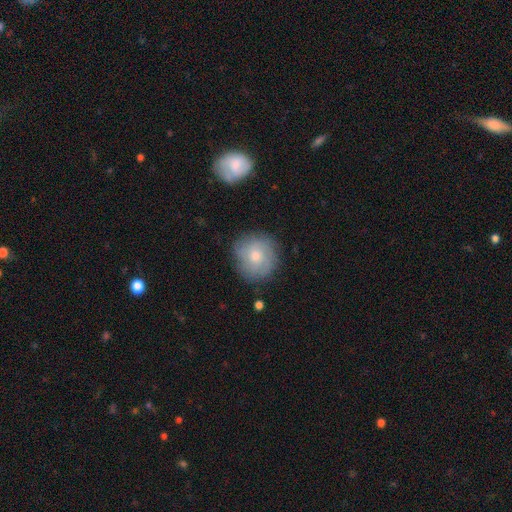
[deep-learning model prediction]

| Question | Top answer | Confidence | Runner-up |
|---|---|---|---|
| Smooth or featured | smooth | 55% | featured or disk (36%) |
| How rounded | round | 89% | in between (10%) |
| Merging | none | 79% | minor disturbance (14%) |